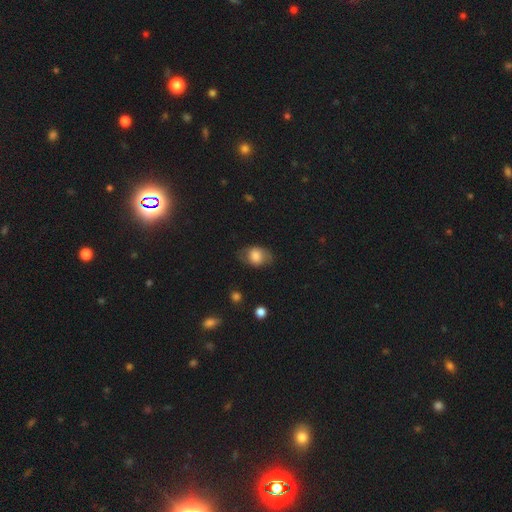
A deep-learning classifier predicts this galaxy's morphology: This is likely a smooth galaxy (68%). How rounded: likely in between (70%). Merging: likely none (67%).